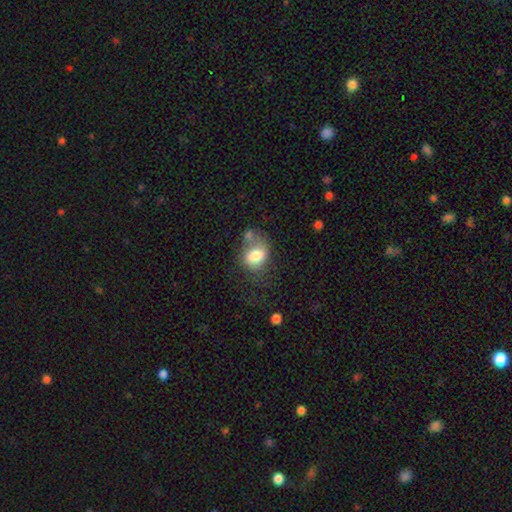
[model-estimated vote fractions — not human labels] Overall: smooth (74%). How rounded: in between (55%; round 44%). Merging: none (37%; minor disturbance 23%).